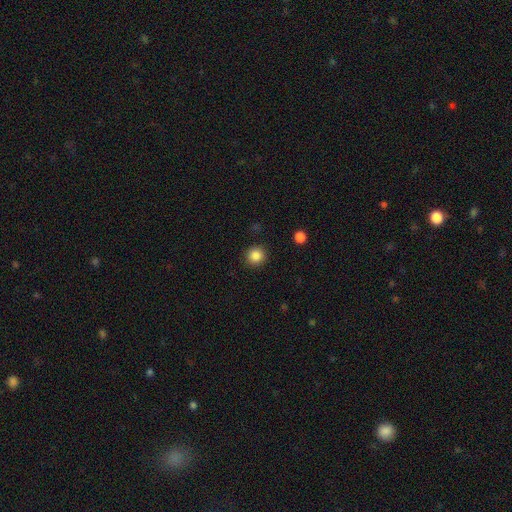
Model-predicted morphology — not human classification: This appears to be a smooth galaxy with no disk features (86%) that is round (94%). Merging: none (92%).